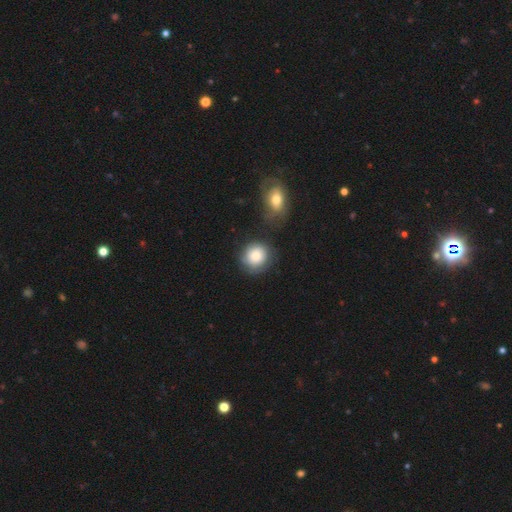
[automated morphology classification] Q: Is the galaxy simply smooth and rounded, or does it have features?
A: smooth — 79%.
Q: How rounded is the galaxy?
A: round — 88%.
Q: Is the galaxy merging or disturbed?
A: none — 69%.